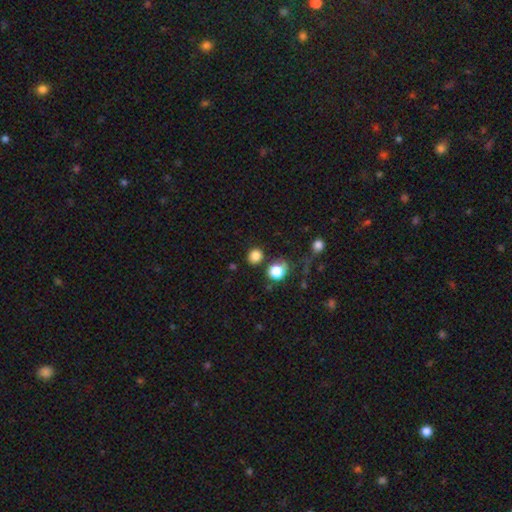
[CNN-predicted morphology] smooth_or_featured: smooth (p=0.82) [alt: star or artifact p=0.14]
how_rounded: round (p=0.84) [alt: in between p=0.15]
merging: none (p=0.82) [alt: minor disturbance p=0.08]